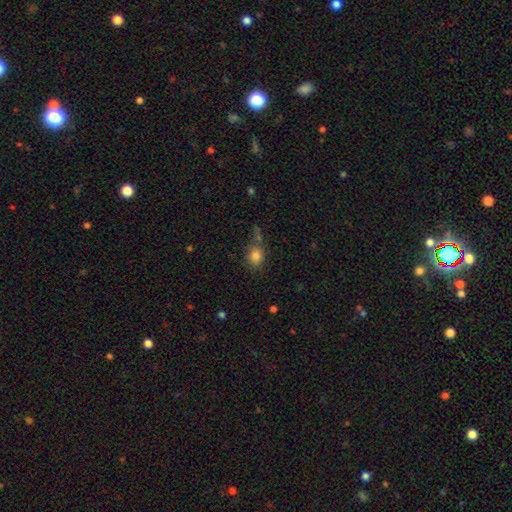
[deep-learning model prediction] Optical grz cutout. It shows a smooth galaxy with no disk features (82%) that is in between round and cigar-shaped (55%). Merging: none (66%).